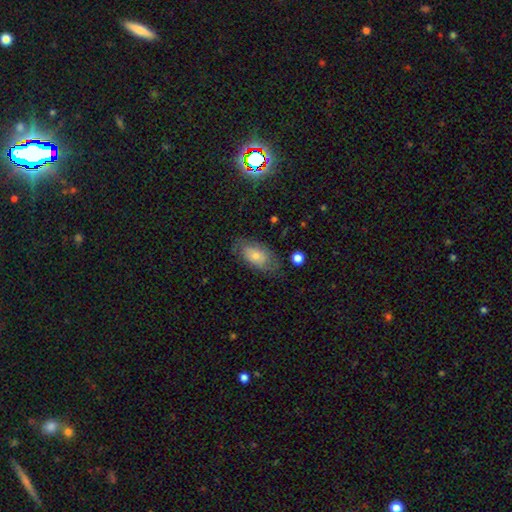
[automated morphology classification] Smooth or featured: smooth — 63% (featured or disk — 30%)
How rounded: in between — 91% (round — 5%)
Merging: none — 66% (minor disturbance — 23%)